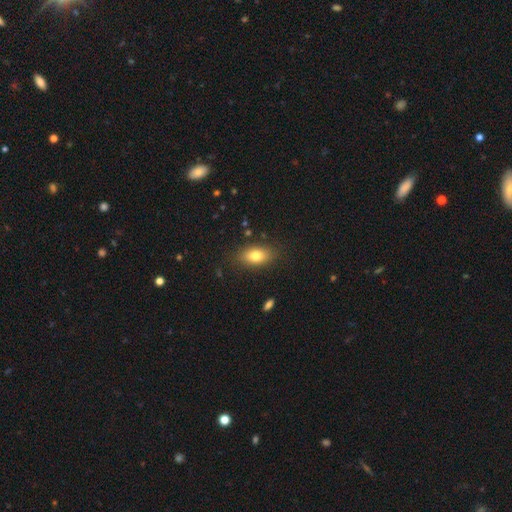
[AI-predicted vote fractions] Overall: smooth (78%). How rounded: in between (85%). Merging: none (85%).